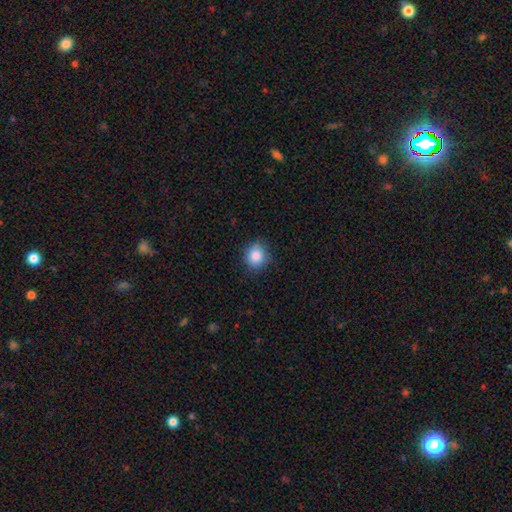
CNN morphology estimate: Smooth or featured: smooth — 86% (star or artifact — 9%)
How rounded: round — 82% (in between — 17%)
Merging: none — 83% (minor disturbance — 14%)